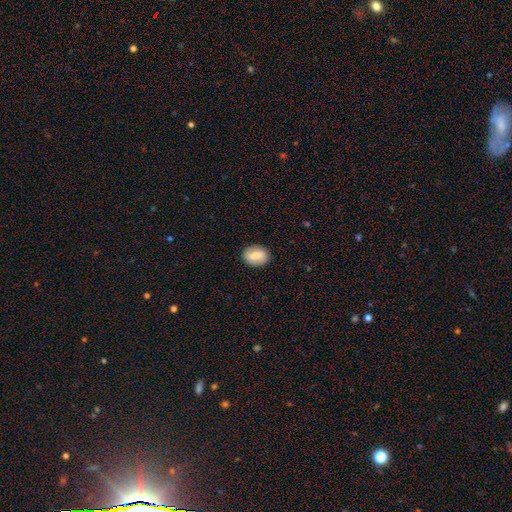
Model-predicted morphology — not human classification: This is likely a smooth galaxy (62%). How rounded: likely in between (63%). Merging: clearly none (87%).